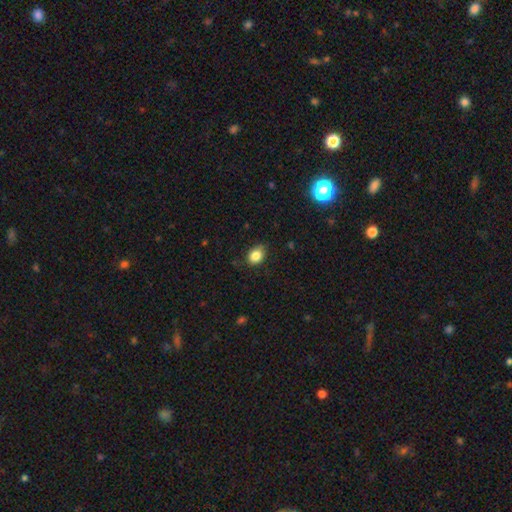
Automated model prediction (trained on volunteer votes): smooth-or-featured: smooth: 85% | star or artifact: 10% | featured or disk: 5%
  how-rounded: in between: 60% | round: 39% | cigar-shaped: 1%
  merging: none: 75% | minor disturbance: 20% | major disturbance: 3% | merger: 1%